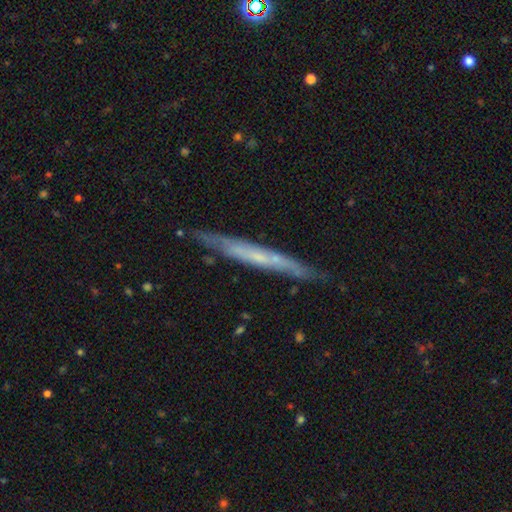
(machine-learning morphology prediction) A featured or disk galaxy (61%) viewed edge-on (88%) with no central bulge (77%).

Vote fractions:
- Smooth or featured? featured or disk: 61% / smooth: 33% / star or artifact: 6%
- Edge-on disk? yes: 88% / no: 12%
- Edge-on bulge? none: 77% / rounded: 16% / boxy: 6%
- Merging? none: 81% / minor disturbance: 14% / major disturbance: 3% / merger: 2%